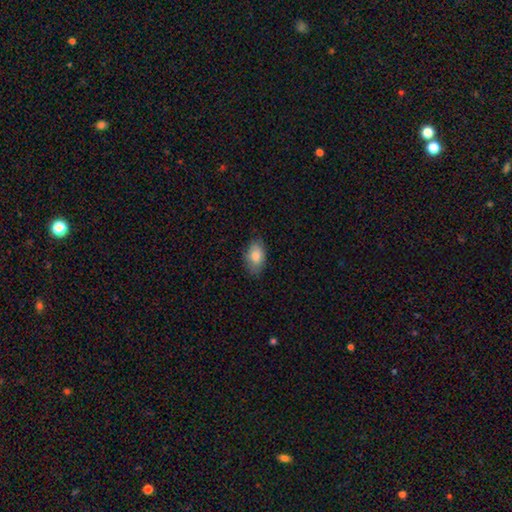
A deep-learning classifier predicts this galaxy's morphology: smooth-or-featured: smooth: 84% | featured or disk: 10% | star or artifact: 7%
  how-rounded: in between: 91% | round: 7% | cigar-shaped: 2%
  merging: none: 79% | minor disturbance: 17% | major disturbance: 3% | merger: 1%